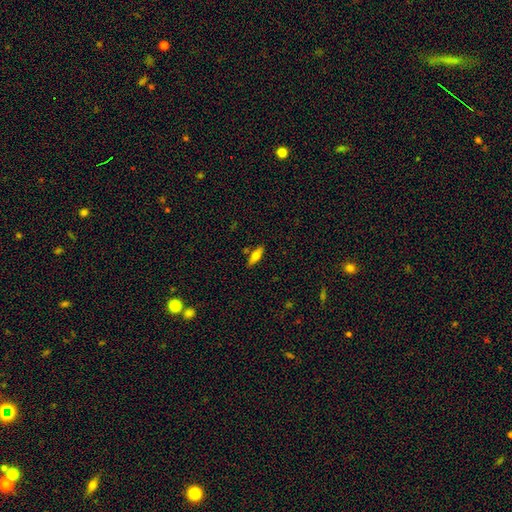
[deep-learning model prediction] Smooth or featured: smooth — 60% (featured or disk — 32%)
How rounded: in between — 52% (cigar-shaped — 46%)
Merging: none — 81% (minor disturbance — 11%)